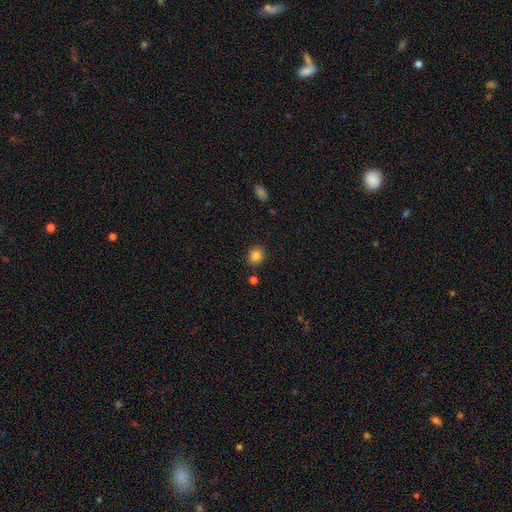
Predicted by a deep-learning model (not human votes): Smooth or featured? smooth (84%)
How rounded? round (70%)
Merging? none (85%)